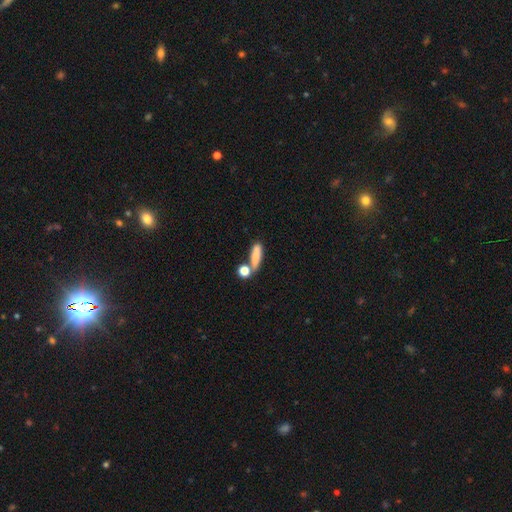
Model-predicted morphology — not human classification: smooth 81%, featured or disk 10%, star or artifact 9%. Down the decision tree: how rounded — cigar-shaped (48%); merging — none (56%).